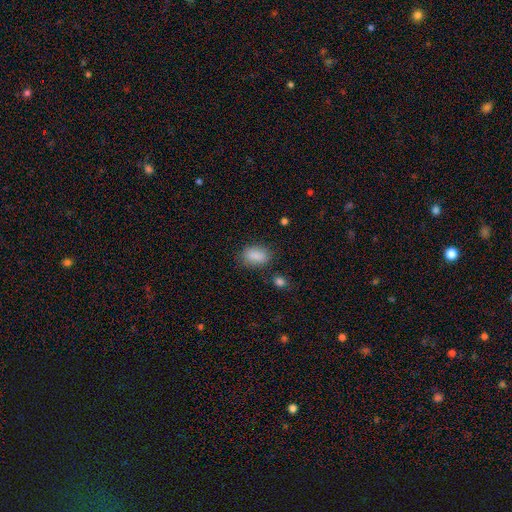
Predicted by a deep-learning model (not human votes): Q: Smooth or featured?
A: smooth (87%); runner-up: star or artifact (8%)
Q: How rounded?
A: in between (87%); runner-up: round (10%)
Q: Merging?
A: none (78%); runner-up: minor disturbance (14%)